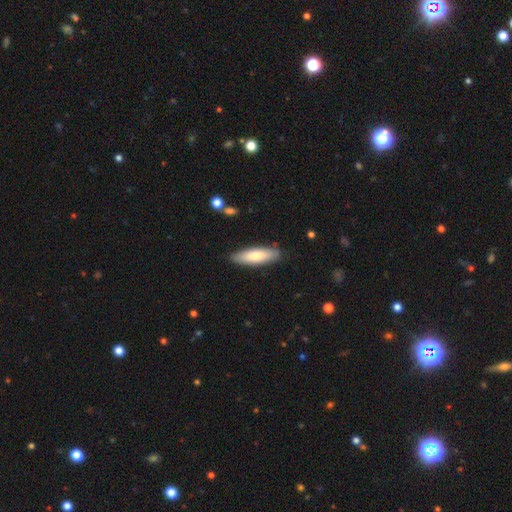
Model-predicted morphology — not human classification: Smooth or featured: smooth — 75% (featured or disk — 20%)
How rounded: cigar-shaped — 53% (in between — 46%)
Merging: none — 86% (minor disturbance — 11%)